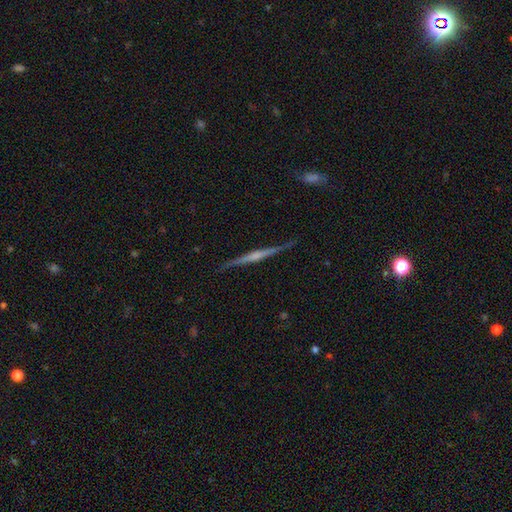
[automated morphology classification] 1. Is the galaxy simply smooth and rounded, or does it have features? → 80% featured or disk, 14% smooth, 6% star or artifact.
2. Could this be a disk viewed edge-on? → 98% yes, 2% no.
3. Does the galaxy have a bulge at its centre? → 57% rounded, 26% none, 17% boxy.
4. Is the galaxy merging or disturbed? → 87% none, 9% minor disturbance, 2% major disturbance, 1% merger.